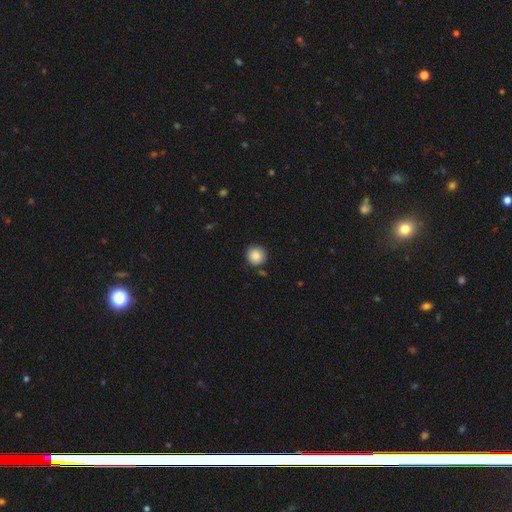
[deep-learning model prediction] A smooth galaxy with no disk features (88%) that is round (95%). Merging: none (85%).